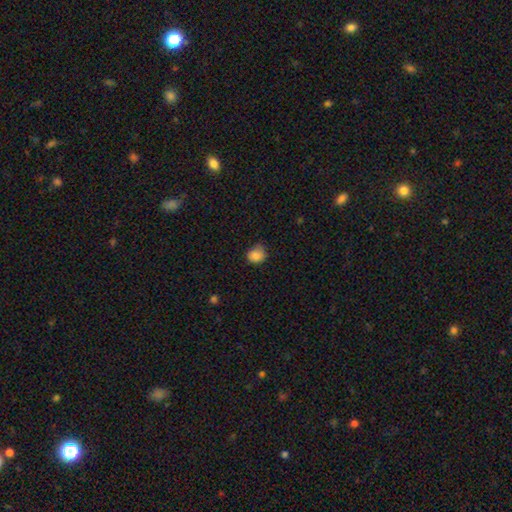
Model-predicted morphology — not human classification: This appears to be a smooth galaxy with no disk features (84%) that is round (74%). Merging: none (68%).